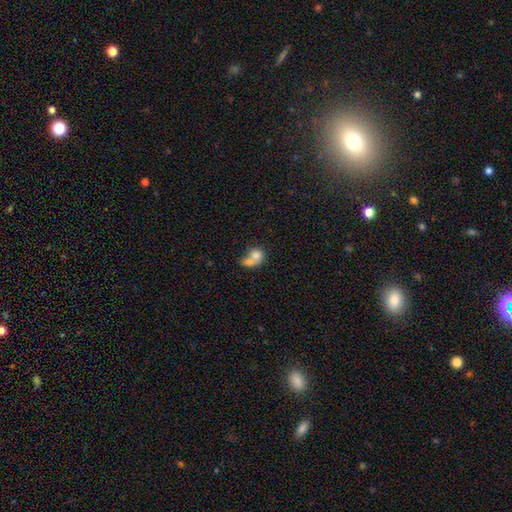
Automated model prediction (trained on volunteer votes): Overall: smooth (74%). How rounded: round (52%; in between 46%). Merging: merger (69%).